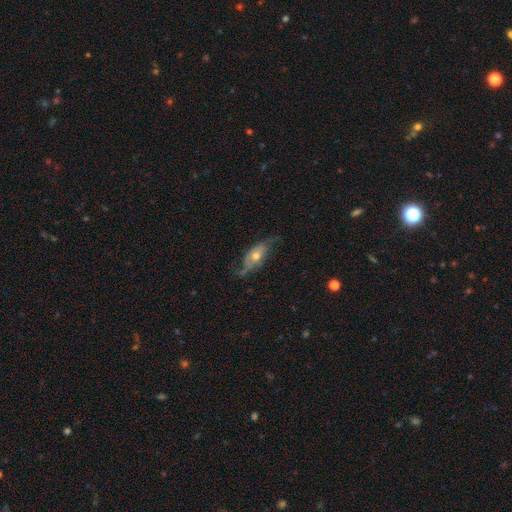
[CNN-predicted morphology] A featured or disk galaxy (60%). Merging: none (55%).